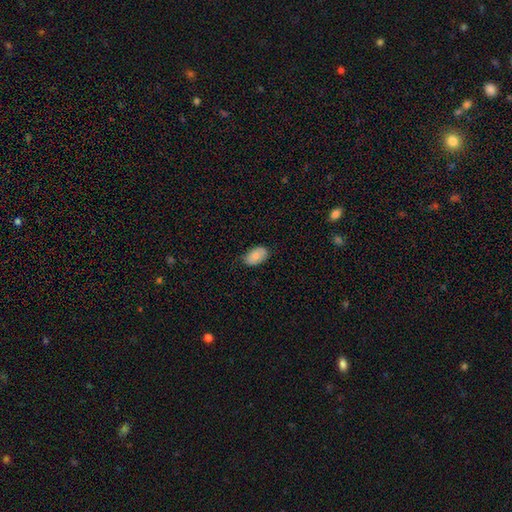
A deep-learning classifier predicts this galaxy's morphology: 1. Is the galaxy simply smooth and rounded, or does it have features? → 79% smooth, 15% featured or disk, 7% star or artifact.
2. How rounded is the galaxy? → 91% in between, 8% round, 1% cigar-shaped.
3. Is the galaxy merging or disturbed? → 73% none, 22% minor disturbance, 4% major disturbance, 1% merger.